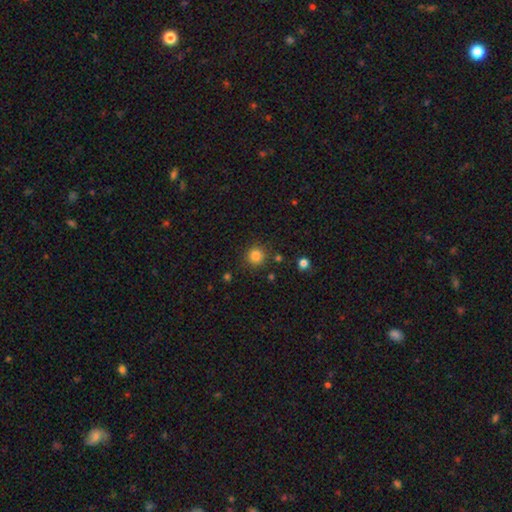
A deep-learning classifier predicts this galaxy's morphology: Smooth or featured? Predicted: smooth (p=0.84). How rounded? Predicted: round (p=0.93). Merging? Predicted: none (p=0.86).